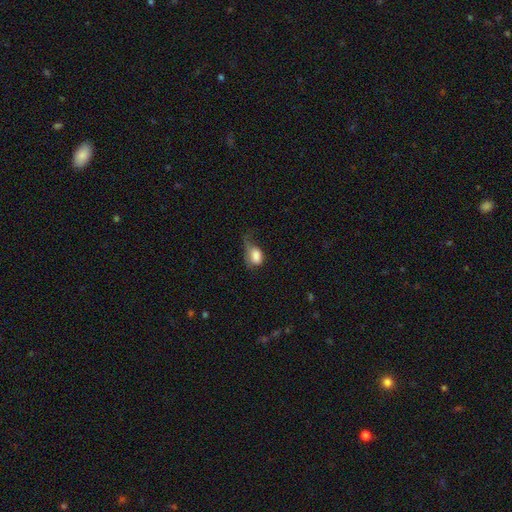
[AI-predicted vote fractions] smooth_or_featured: smooth (p=0.76) [alt: featured or disk p=0.16]
how_rounded: in between (p=0.79) [alt: round p=0.19]
merging: major disturbance (p=0.49) [alt: minor disturbance p=0.28]